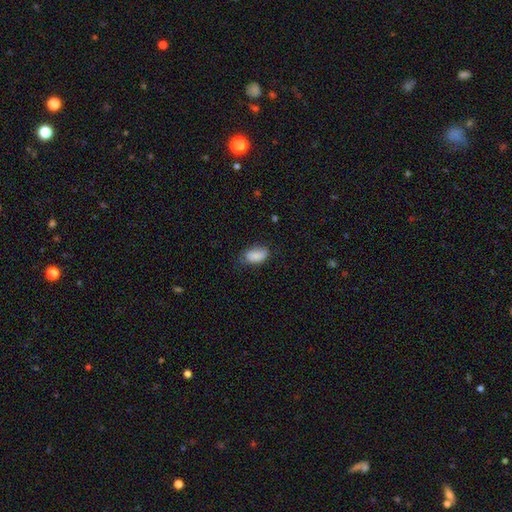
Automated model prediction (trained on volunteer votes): Q: Smooth or featured?
A: smooth (86%); runner-up: star or artifact (7%)
Q: How rounded?
A: in between (92%); runner-up: round (6%)
Q: Merging?
A: none (65%); runner-up: minor disturbance (27%)